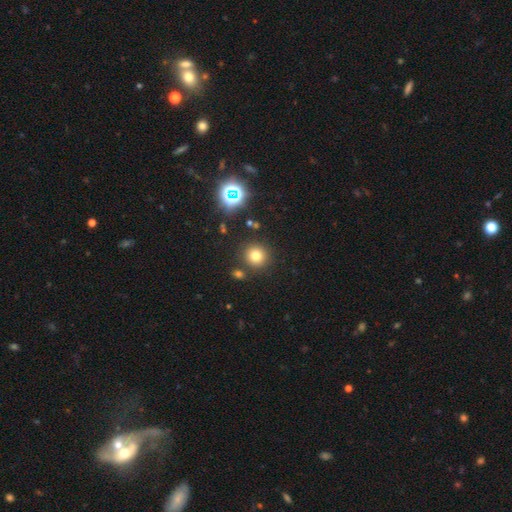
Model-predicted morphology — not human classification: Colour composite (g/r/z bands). It shows a smooth galaxy with no disk features (75%) that is round (92%). Merging: none (85%).